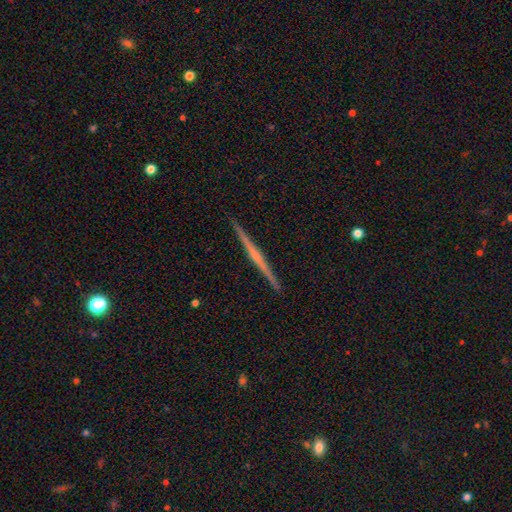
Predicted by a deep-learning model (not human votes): featured or disk 74%, smooth 20%, star or artifact 5%. Down the decision tree: edge-on disk — yes (99%); edge-on bulge — none (46%); merging — none (93%).